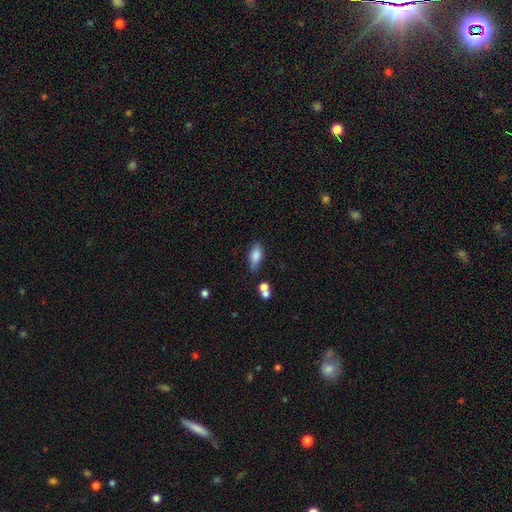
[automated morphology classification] smooth_or_featured: smooth (p=0.79) [alt: featured or disk p=0.12]
how_rounded: in between (p=0.82) [alt: cigar-shaped p=0.14]
merging: none (p=0.61) [alt: minor disturbance p=0.24]